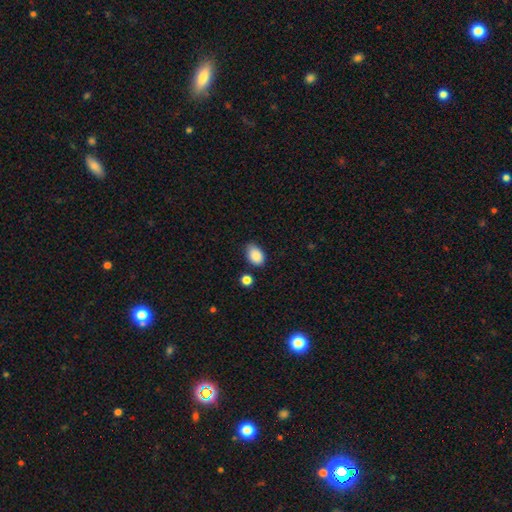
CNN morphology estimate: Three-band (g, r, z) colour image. It shows a smooth galaxy with no disk features (88%) that is in between round and cigar-shaped (86%). Merging: none (71%).